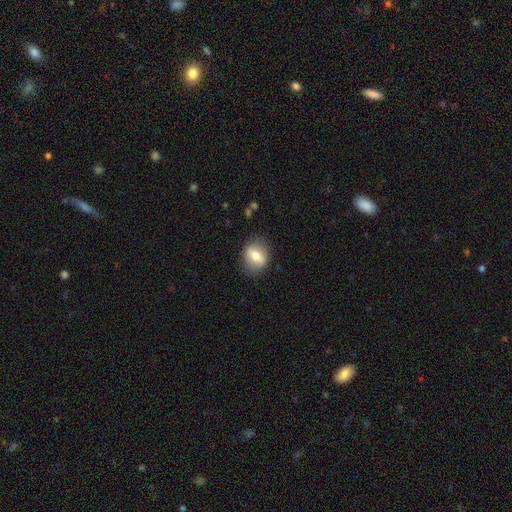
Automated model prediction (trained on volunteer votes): Overall: smooth (66%; featured or disk 26%). How rounded: round (52%; in between 46%). Merging: none (81%).